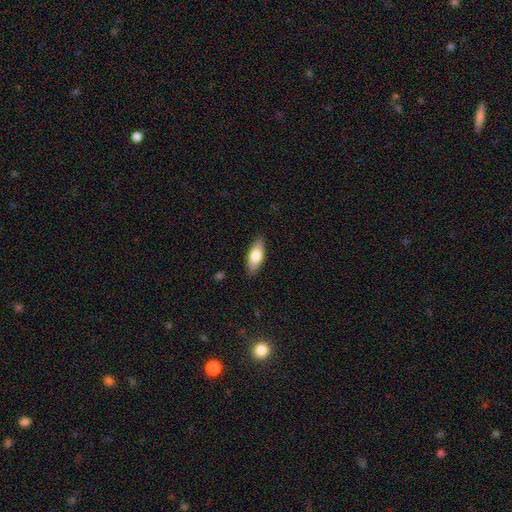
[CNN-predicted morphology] smooth-or-featured: smooth: 75% | featured or disk: 19% | star or artifact: 6%
  how-rounded: in between: 75% | cigar-shaped: 22% | round: 2%
  merging: none: 88% | minor disturbance: 9% | major disturbance: 2% | merger: 1%